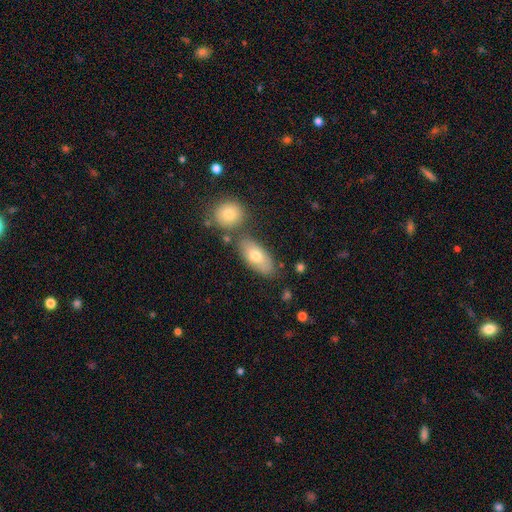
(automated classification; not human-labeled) smooth-or-featured: smooth: 70% | featured or disk: 22% | star or artifact: 8%
  how-rounded: in between: 86% | cigar-shaped: 10% | round: 4%
  merging: none: 68% | merger: 16% | minor disturbance: 13% | major disturbance: 3%